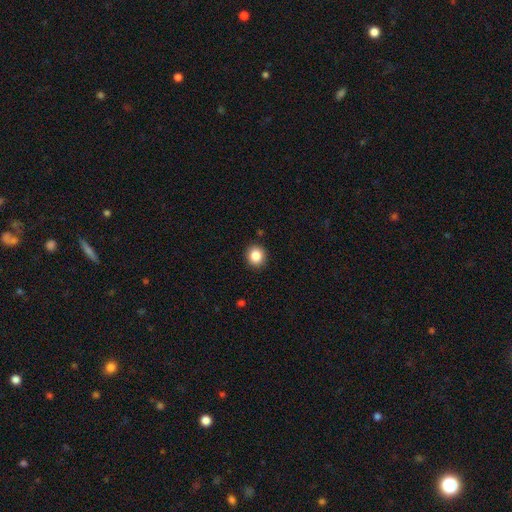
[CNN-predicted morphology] smooth 86%, star or artifact 9%, featured or disk 5%. Down the decision tree: how rounded — round (88%); merging — none (91%).